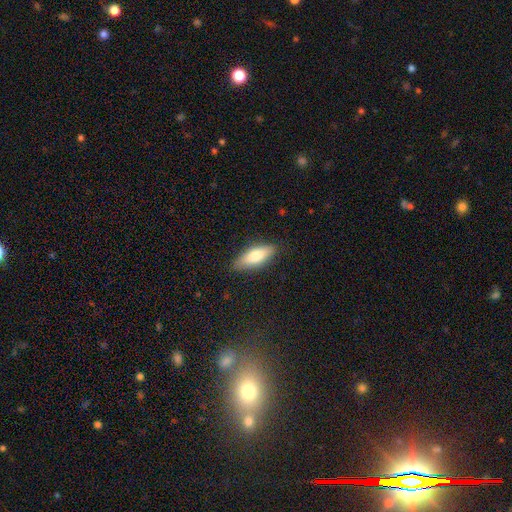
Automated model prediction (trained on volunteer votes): Smooth or featured? Predicted: smooth (p=0.72). How rounded? Predicted: in between (p=0.63). Merging? Predicted: none (p=0.84).